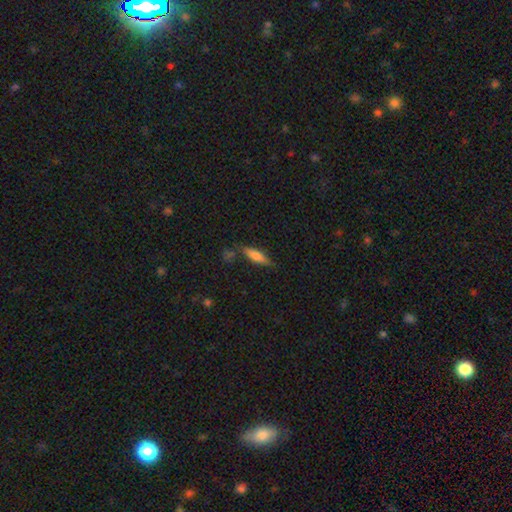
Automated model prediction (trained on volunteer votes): This appears to be a smooth galaxy with no disk features (70%) that is cigar-shaped (59%). Merging: none (70%).